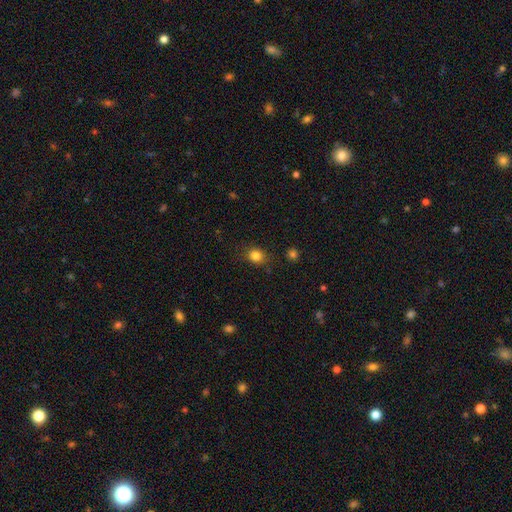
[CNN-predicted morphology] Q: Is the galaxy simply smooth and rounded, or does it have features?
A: smooth — 83%.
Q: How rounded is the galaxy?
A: round — 64%.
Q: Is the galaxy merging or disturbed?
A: none — 83%.